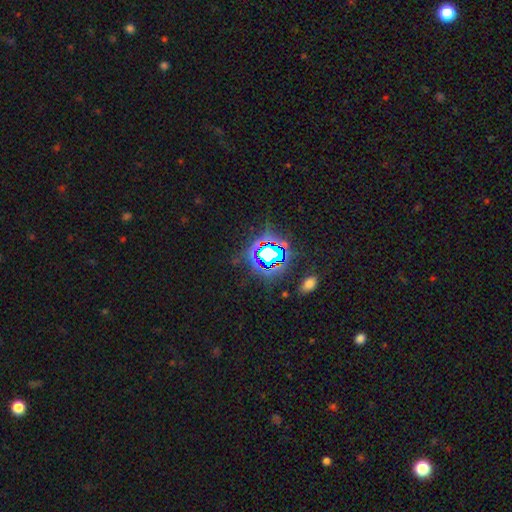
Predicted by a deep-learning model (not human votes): star or artifact 81%, smooth 11%, featured or disk 7%.